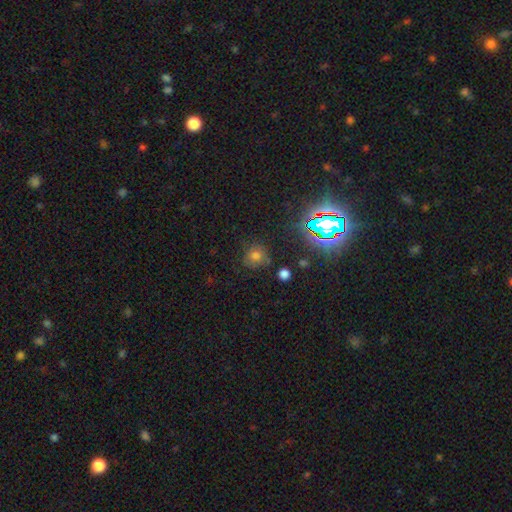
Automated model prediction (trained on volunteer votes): Smooth or featured: smooth — 61% (star or artifact — 29%)
How rounded: round — 86% (in between — 13%)
Merging: none — 77% (minor disturbance — 15%)